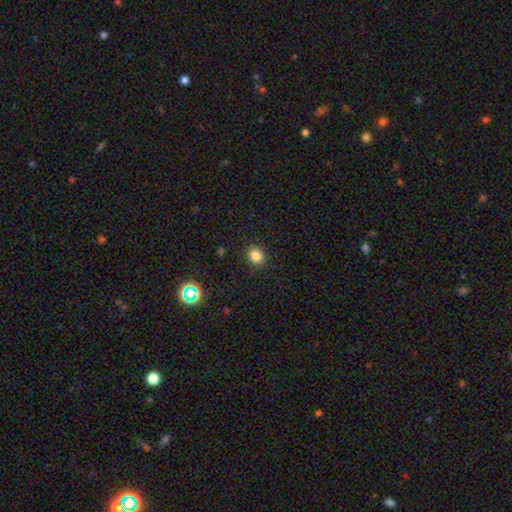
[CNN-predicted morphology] smooth_or_featured: smooth (p=0.82) [alt: star or artifact p=0.13]
how_rounded: round (p=0.73) [alt: in between p=0.26]
merging: none (p=0.89) [alt: minor disturbance p=0.08]